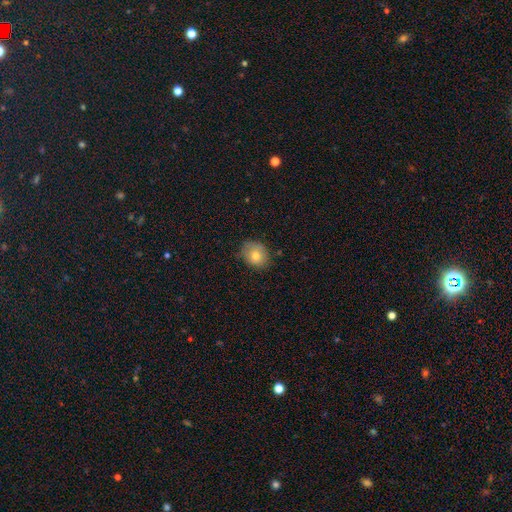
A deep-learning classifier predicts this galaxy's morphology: The model was most divided on "how rounded": round: 58%, in between: 41%, cigar-shaped: 1%. More confident: smooth or featured — smooth (76%); merging — none (72%).